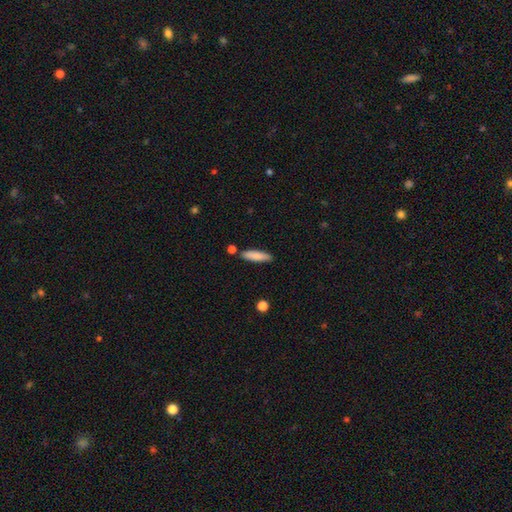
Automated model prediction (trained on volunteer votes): Smooth or featured? smooth (84%)
How rounded? cigar-shaped (71%)
Merging? none (82%)